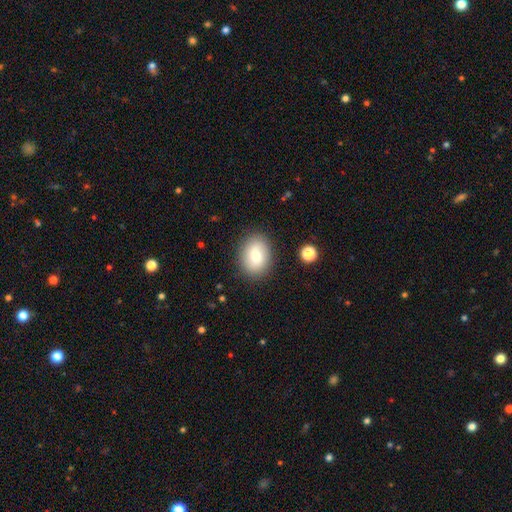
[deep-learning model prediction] Q: Smooth or featured?
A: smooth (77%); runner-up: featured or disk (14%)
Q: How rounded?
A: in between (65%); runner-up: round (34%)
Q: Merging?
A: none (86%); runner-up: minor disturbance (10%)